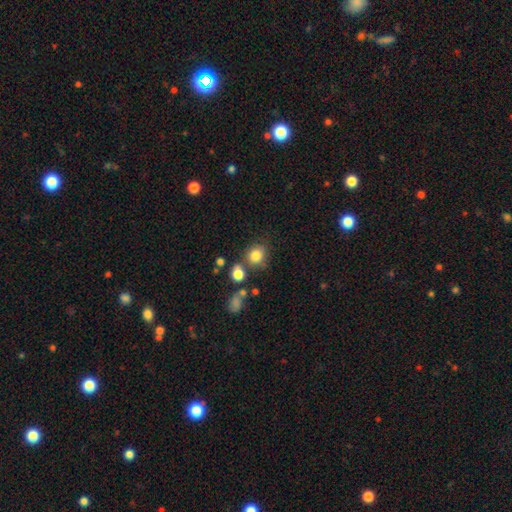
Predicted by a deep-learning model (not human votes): This is clearly a smooth galaxy (82%). How rounded: likely round (78%). Merging: likely none (66%).